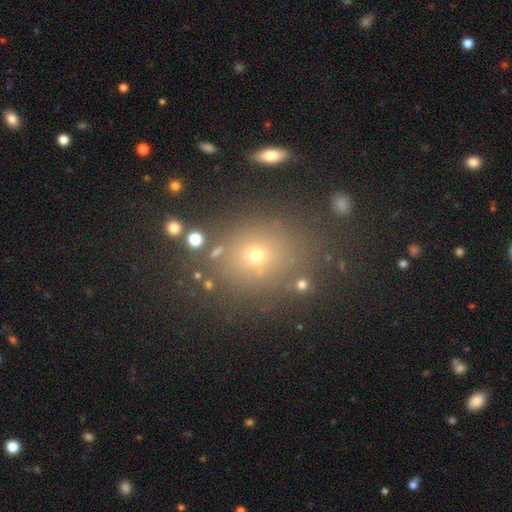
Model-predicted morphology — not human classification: Smooth or featured?
  - smooth: 64% *
  - star or artifact: 23%
  - featured or disk: 12%
How rounded?
  - round: 68% *
  - in between: 30%
  - cigar-shaped: 1%
Merging?
  - none: 77% *
  - minor disturbance: 11%
  - major disturbance: 6%
  - merger: 6%